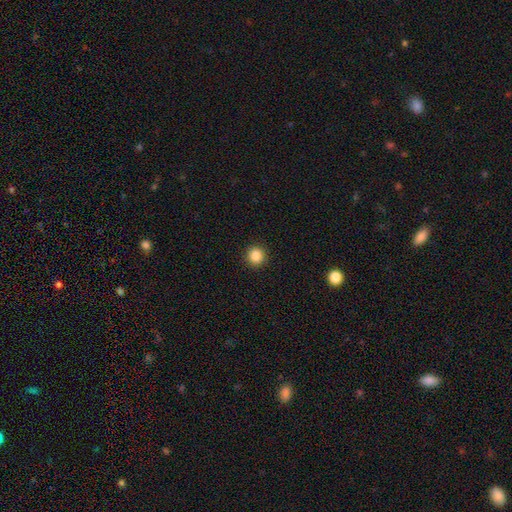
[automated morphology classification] smooth_or_featured: smooth (p=0.86) [alt: star or artifact p=0.10]
how_rounded: round (p=0.93) [alt: in between p=0.06]
merging: none (p=0.92) [alt: minor disturbance p=0.05]